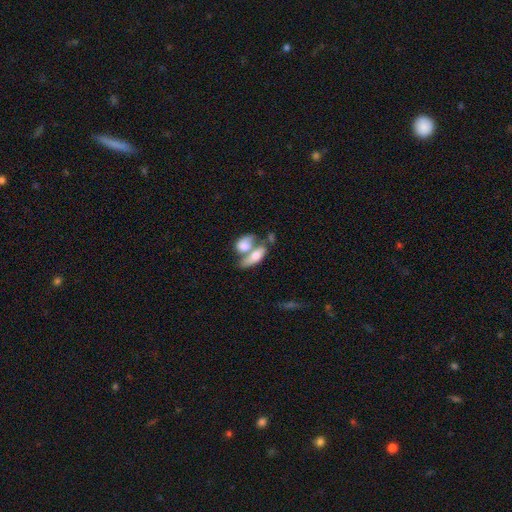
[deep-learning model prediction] Overall: smooth (65%; featured or disk 28%). How rounded: in between (80%). Merging: merger (68%).